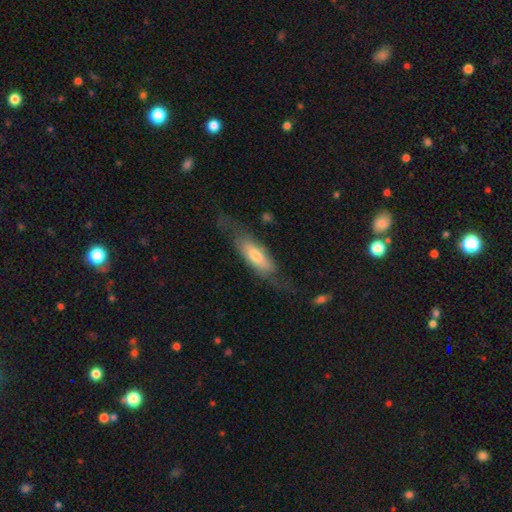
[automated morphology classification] Smooth or featured? smooth (53%)
How rounded? in between (55%)
Merging? none (57%)